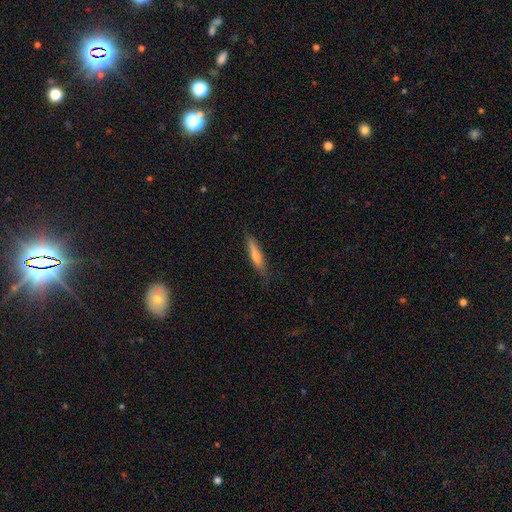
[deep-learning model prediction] A smooth galaxy with no disk features (59%) that is cigar-shaped (87%). Merging: none (80%).